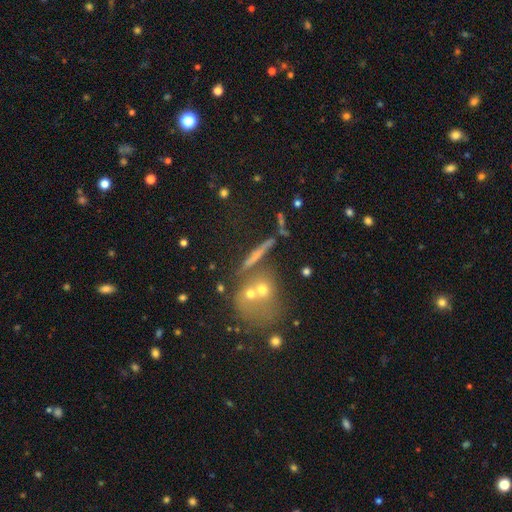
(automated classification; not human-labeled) The model was most divided on "smooth or featured": featured or disk: 44%, smooth: 40%, star or artifact: 16%. More confident: merging — none (65%).